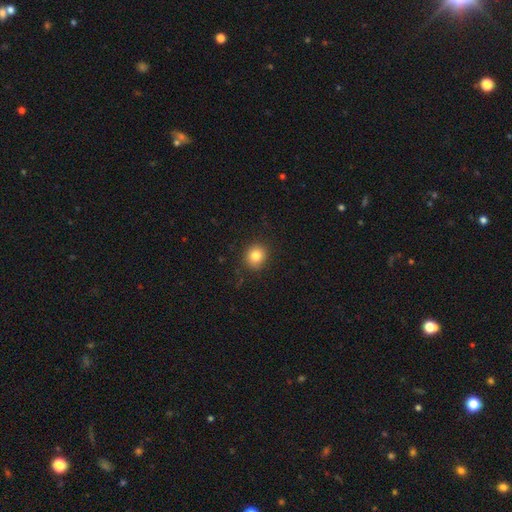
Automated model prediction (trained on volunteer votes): Morphology: type=smooth (83%); roundness=round (83%); merging=none (88%).